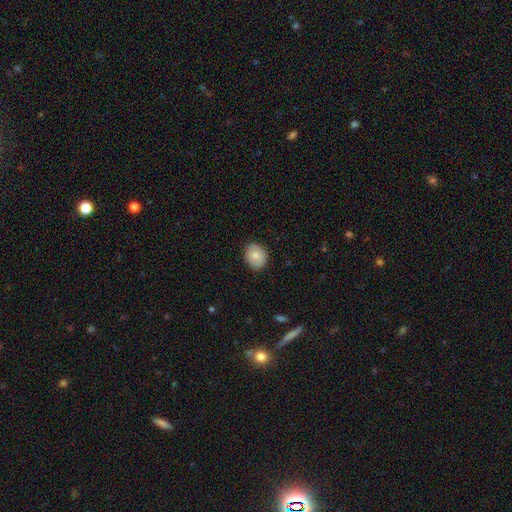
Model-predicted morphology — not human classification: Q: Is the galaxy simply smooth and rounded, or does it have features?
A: smooth — 78%.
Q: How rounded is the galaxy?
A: round — 52%.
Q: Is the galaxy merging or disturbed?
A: none — 84%.